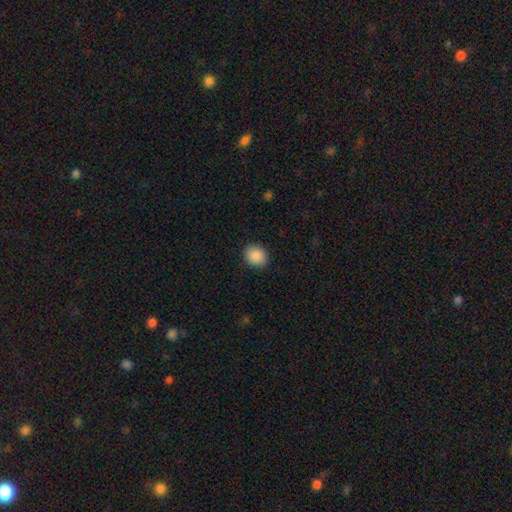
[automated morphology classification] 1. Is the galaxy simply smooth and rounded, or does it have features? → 89% smooth, 8% star or artifact, 4% featured or disk.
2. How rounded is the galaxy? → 62% round, 37% in between, 1% cigar-shaped.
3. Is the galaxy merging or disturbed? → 89% none, 8% minor disturbance, 2% major disturbance, 1% merger.